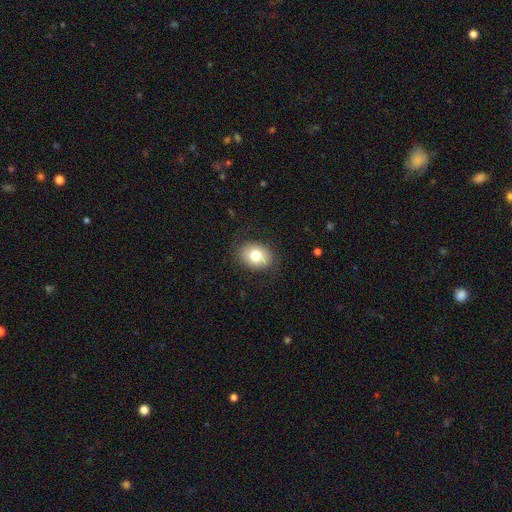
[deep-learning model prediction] Overall: smooth (78%). How rounded: in between (56%; round 44%). Merging: none (84%).